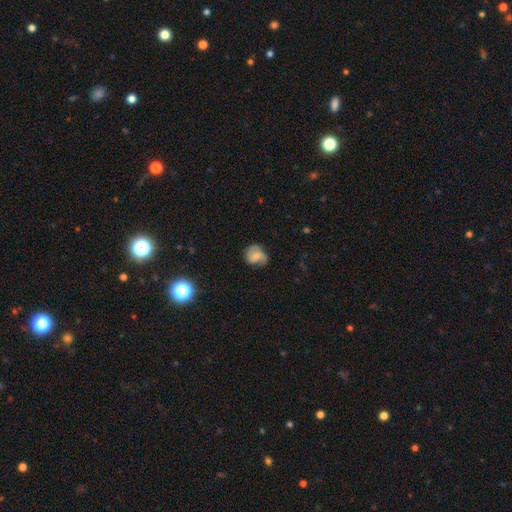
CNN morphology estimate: A smooth galaxy with no disk features (51%) that is round (66%).

Vote fractions:
- Smooth or featured? smooth: 51% / featured or disk: 40% / star or artifact: 9%
- How rounded? round: 66% / in between: 32% / cigar-shaped: 1%
- Merging? none: 60% / minor disturbance: 29% / major disturbance: 9% / merger: 2%